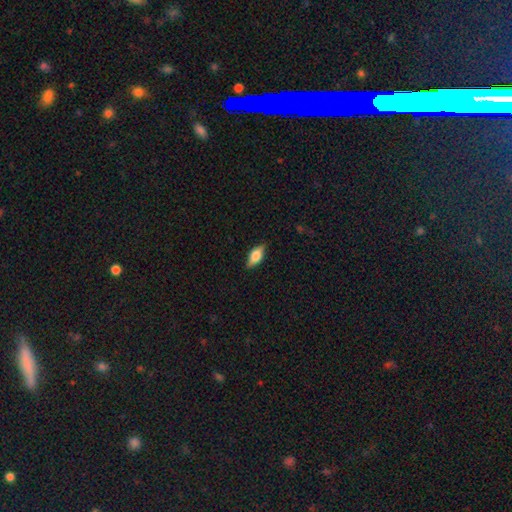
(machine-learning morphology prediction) This appears to be a smooth galaxy with no disk features (60%) that is in between round and cigar-shaped (79%). Merging: none (86%).